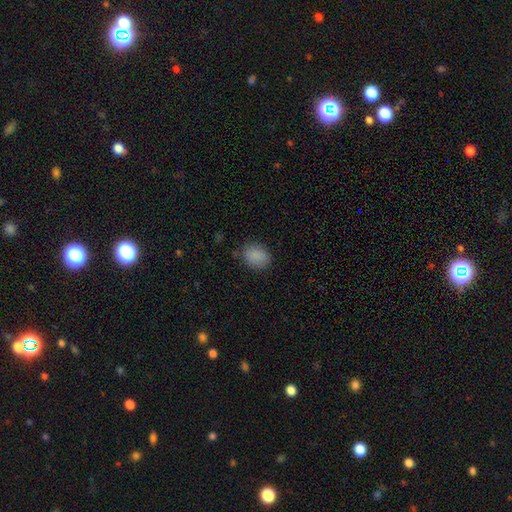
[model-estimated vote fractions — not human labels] A smooth galaxy with no disk features (87%) that is in between round and cigar-shaped (54%).

Vote fractions:
- Smooth or featured? smooth: 87% / star or artifact: 9% / featured or disk: 4%
- How rounded? in between: 54% / round: 45% / cigar-shaped: 1%
- Merging? none: 81% / minor disturbance: 14% / major disturbance: 4% / merger: 2%